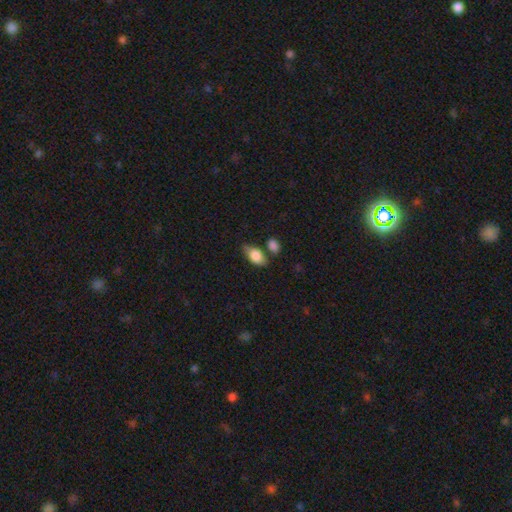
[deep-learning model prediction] This is clearly a smooth galaxy (82%). How rounded: clearly in between (89%). Merging: possibly none (58%).